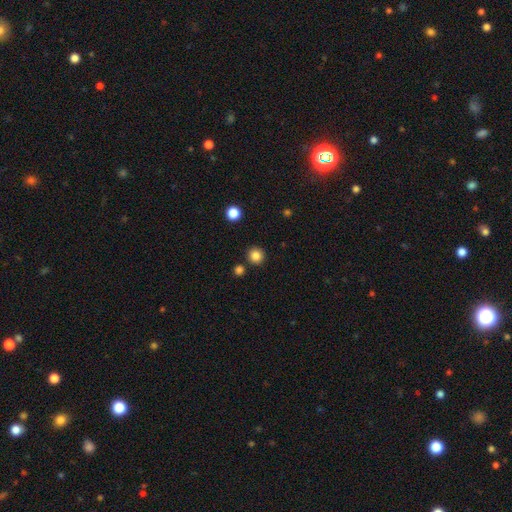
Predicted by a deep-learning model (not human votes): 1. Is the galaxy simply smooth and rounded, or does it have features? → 84% smooth, 12% star or artifact, 4% featured or disk.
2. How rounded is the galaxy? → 95% round, 5% in between, 1% cigar-shaped.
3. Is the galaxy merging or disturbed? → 88% none, 5% minor disturbance, 4% merger, 2% major disturbance.